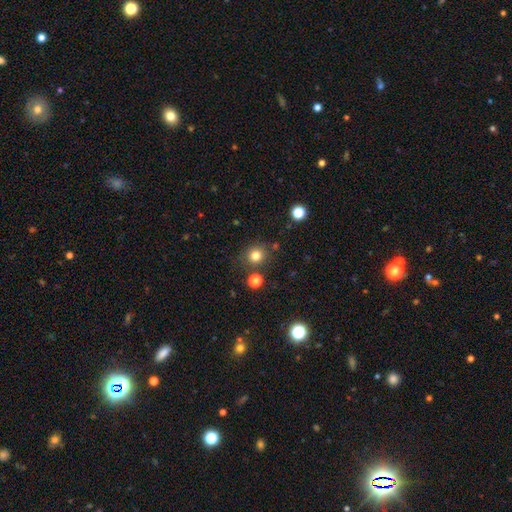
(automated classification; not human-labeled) Overall: smooth (80%). How rounded: round (89%). Merging: none (83%).